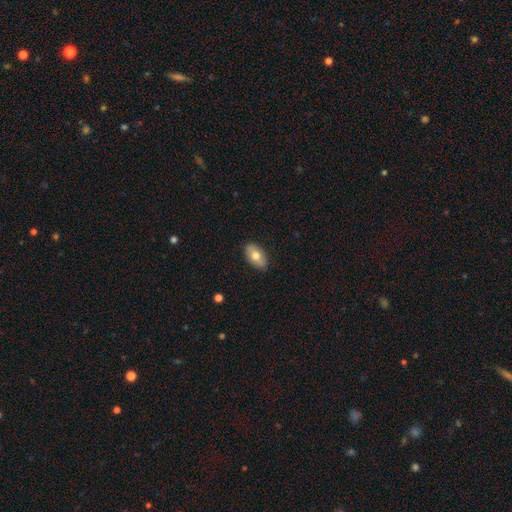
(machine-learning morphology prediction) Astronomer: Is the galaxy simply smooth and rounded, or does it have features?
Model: smooth — 70%.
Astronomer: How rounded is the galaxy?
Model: in between — 92%.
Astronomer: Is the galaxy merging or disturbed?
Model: none — 86%.